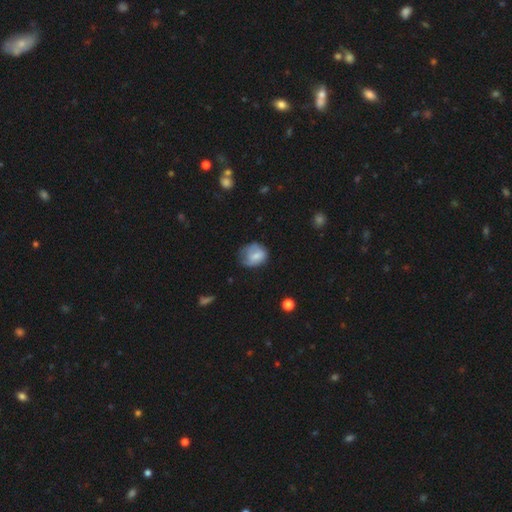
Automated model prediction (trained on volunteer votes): Smooth or featured? Predicted: smooth (p=0.66). How rounded? Predicted: round (p=0.61). Merging? Predicted: none (p=0.45).